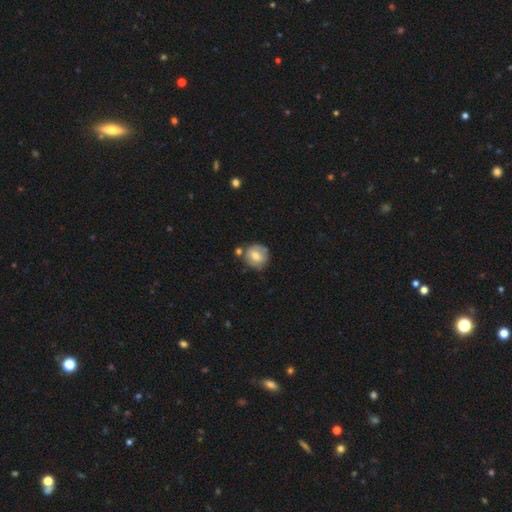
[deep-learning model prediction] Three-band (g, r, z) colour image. It shows a smooth galaxy with no disk features (70%) that is round (85%). Merging: none (65%).